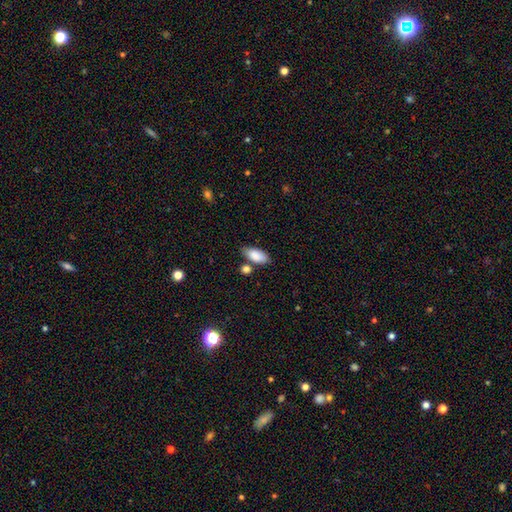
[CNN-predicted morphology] type=smooth (87%); roundness=in between (88%); merging=none (65%).